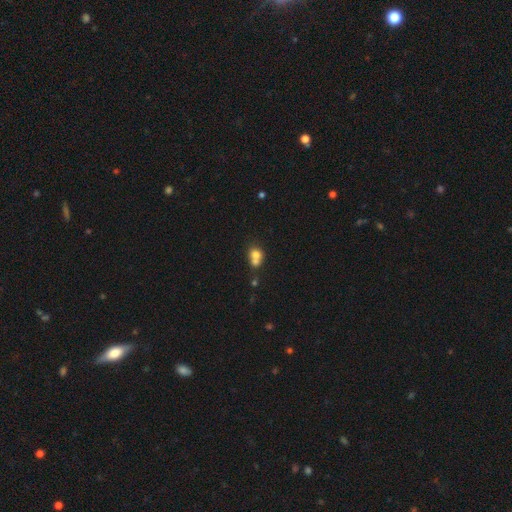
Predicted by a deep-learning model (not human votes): Overall: smooth (72%). How rounded: round (70%). Merging: merger (61%; none 29%).